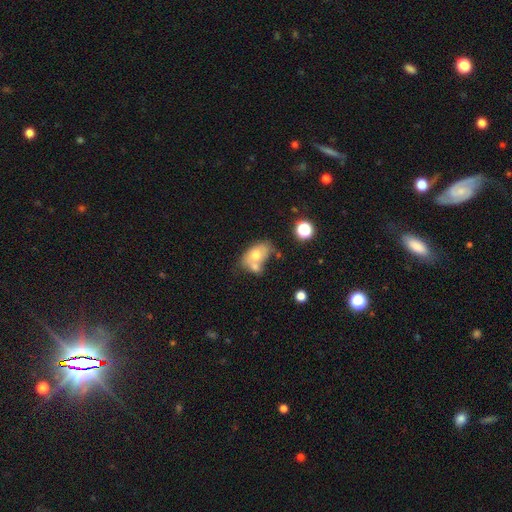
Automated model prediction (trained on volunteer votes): Overall: smooth (64%; featured or disk 27%). How rounded: in between (82%). Merging: merger (48%; none 29%).